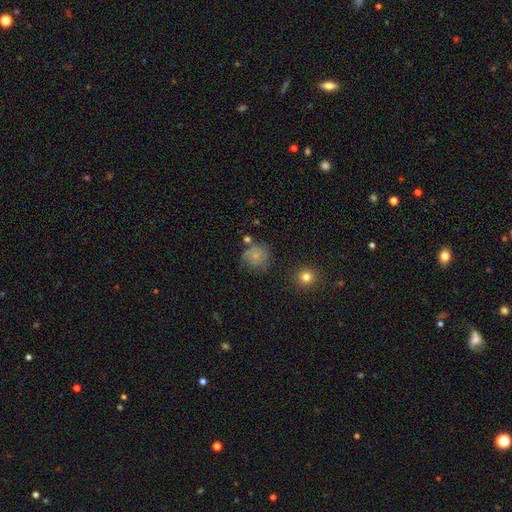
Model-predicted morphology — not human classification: The model was most divided on "smooth or featured": smooth: 58%, featured or disk: 31%, star or artifact: 11%. More confident: how rounded — round (83%); merging — none (59%).